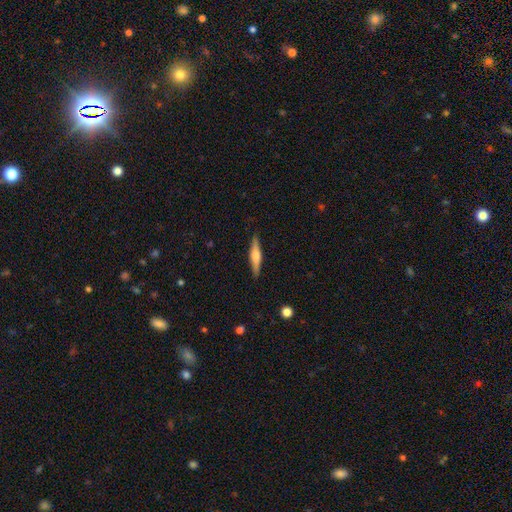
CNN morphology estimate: This appears to be a featured or disk galaxy (58%) viewed edge-on (97%) with a rounded central bulge (80%). Merging: none (89%).